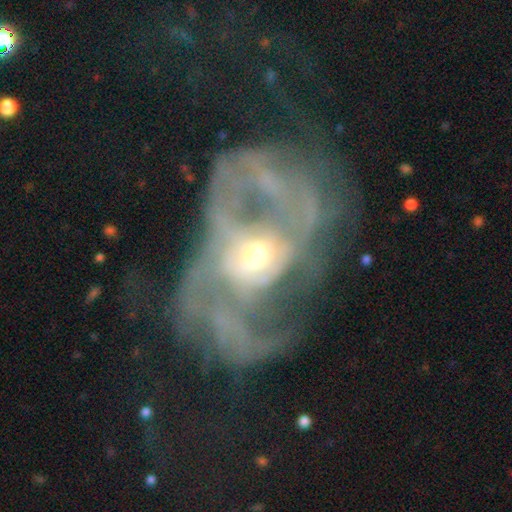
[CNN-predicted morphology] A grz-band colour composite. It shows a featured or disk galaxy (75%) with no bar (62%), spiral arms (58%) and a moderate central bulge (54%). Merging: major disturbance (53%).